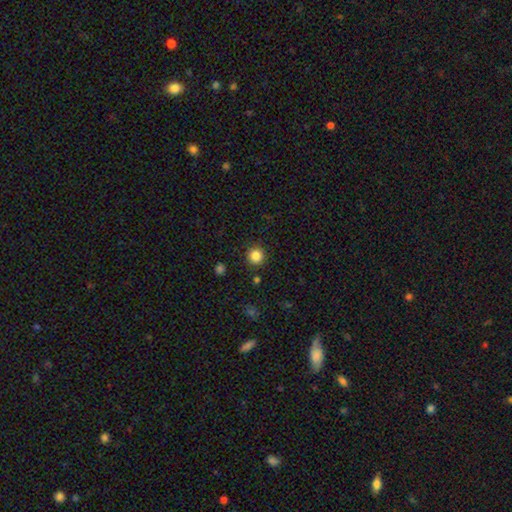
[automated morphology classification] smooth-or-featured: smooth: 84% | star or artifact: 11% | featured or disk: 5%
  how-rounded: round: 94% | in between: 5% | cigar-shaped: 1%
  merging: none: 91% | minor disturbance: 6% | major disturbance: 2% | merger: 2%